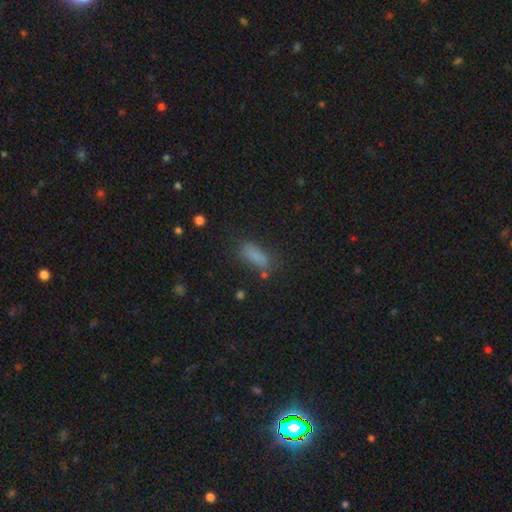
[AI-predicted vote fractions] smooth-or-featured: smooth: 80% | star or artifact: 13% | featured or disk: 8%
  how-rounded: in between: 65% | cigar-shaped: 32% | round: 3%
  merging: none: 69% | minor disturbance: 18% | major disturbance: 8% | merger: 5%